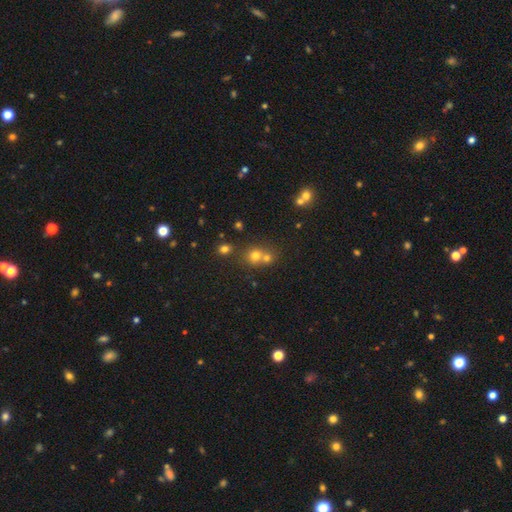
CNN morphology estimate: Smooth or featured? Predicted: smooth (p=0.70). How rounded? Predicted: round (p=0.84). Merging? Predicted: none (p=0.46, tied with merger).